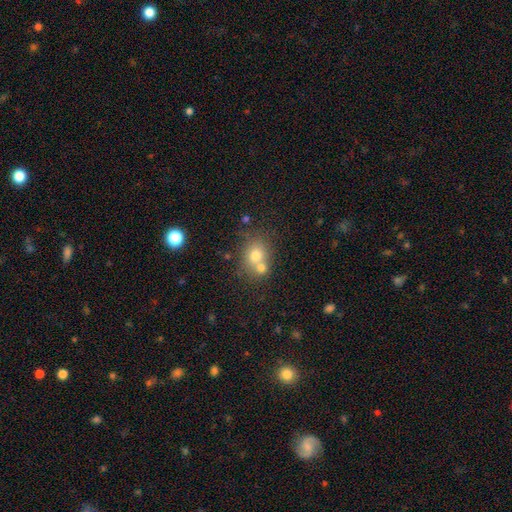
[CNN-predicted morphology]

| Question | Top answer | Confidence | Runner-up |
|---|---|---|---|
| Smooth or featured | smooth | 72% | featured or disk (16%) |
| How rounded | round | 66% | in between (33%) |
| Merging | merger | 46% | none (41%) |